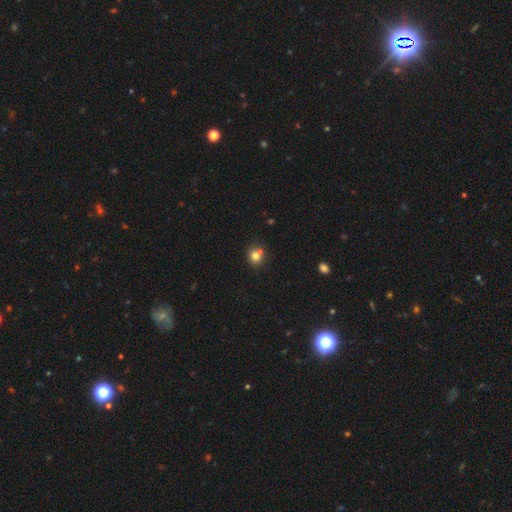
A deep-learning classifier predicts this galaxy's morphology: smooth_or_featured: smooth (p=0.78) [alt: star or artifact p=0.12]
how_rounded: round (p=0.82) [alt: in between p=0.17]
merging: none (p=0.60) [alt: merger p=0.27]